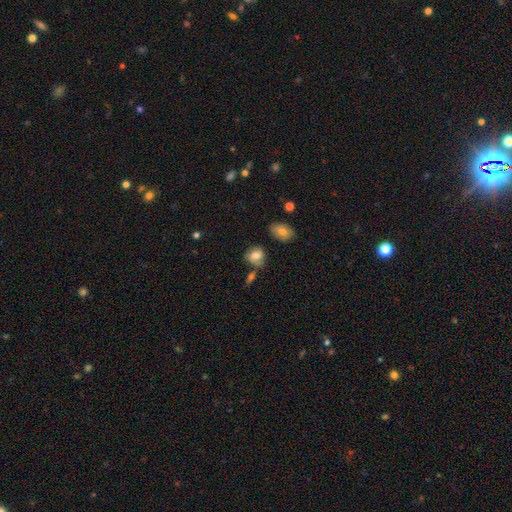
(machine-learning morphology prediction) This is likely a smooth galaxy (71%). How rounded: possibly round (57%). Merging: possibly none (58%).